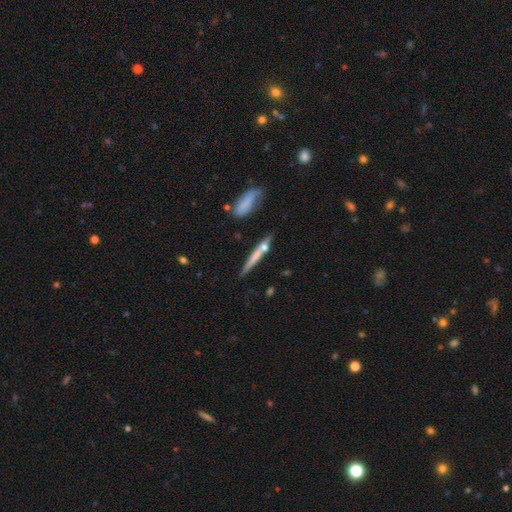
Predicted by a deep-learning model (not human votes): This is possibly a smooth galaxy (53%). How rounded: clearly cigar-shaped (93%). Merging: likely none (68%).